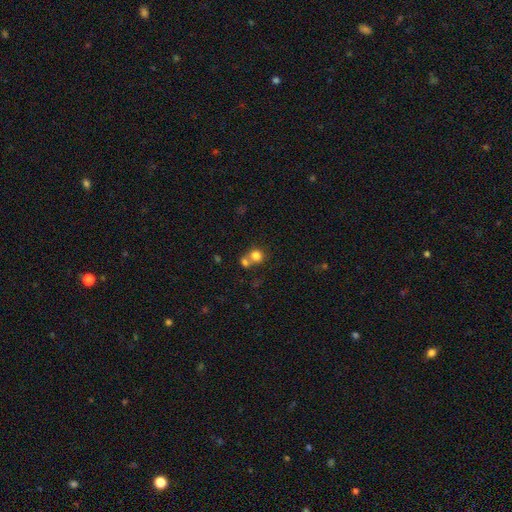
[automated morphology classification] smooth 78%, star or artifact 11%, featured or disk 11%. Down the decision tree: how rounded — round (83%); merging — merger (47%).